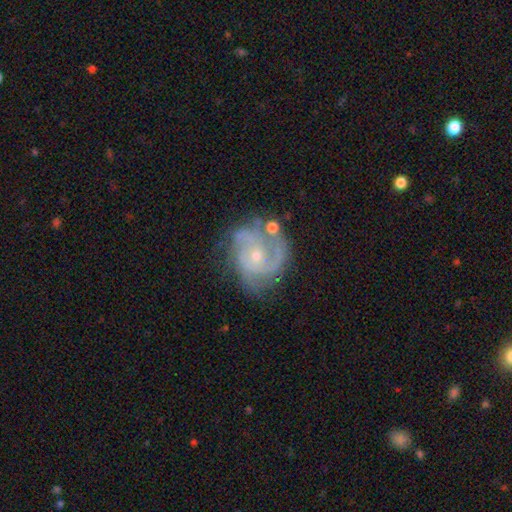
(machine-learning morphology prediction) smooth_or_featured: featured or disk (p=0.86) [alt: smooth p=0.08]
disk_edge_on: no (p=0.98) [alt: yes p=0.02]
bar: no (p=0.71) [alt: weak p=0.25]
has_spiral_arms: yes (p=0.96) [alt: no p=0.04]
spiral_winding: tight (p=0.46) [alt: medium p=0.43]
spiral_arm_count: 2 (p=0.40) [alt: 3 p=0.28]
bulge_size: small (p=0.70) [alt: moderate p=0.27]
merging: none (p=0.60) [alt: minor disturbance p=0.22]